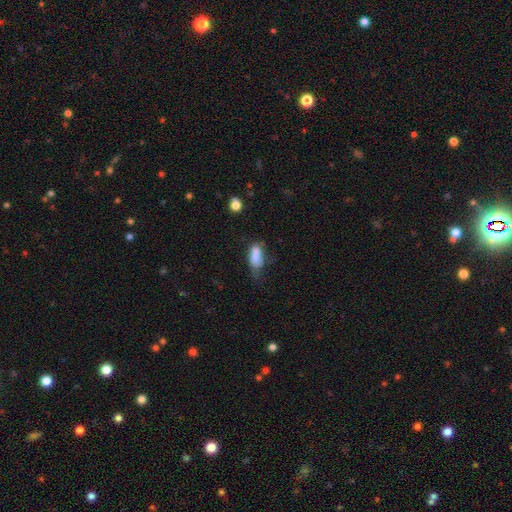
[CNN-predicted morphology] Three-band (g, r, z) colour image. It shows a smooth galaxy with no disk features (79%) that is in between round and cigar-shaped (82%). Merging: minor disturbance (36%).